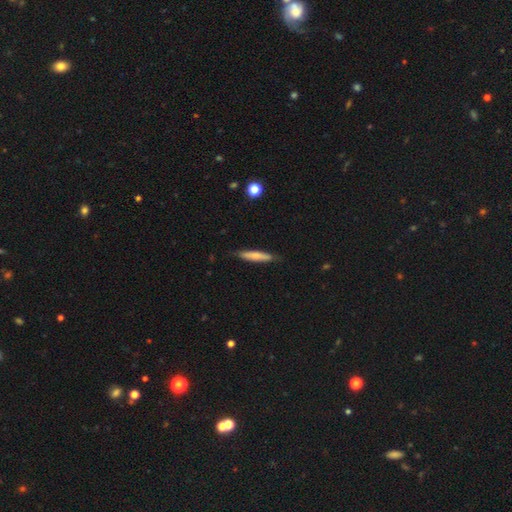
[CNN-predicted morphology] The model was most divided on "smooth or featured": smooth: 72%, featured or disk: 22%, star or artifact: 6%. More confident: how rounded — cigar-shaped (90%); merging — none (82%).